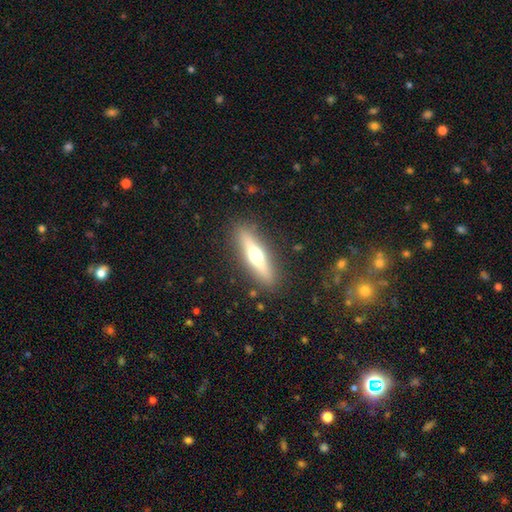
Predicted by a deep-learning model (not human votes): A featured or disk galaxy (56%) viewed edge-on (91%) with a rounded central bulge (93%). Merging: none (87%).